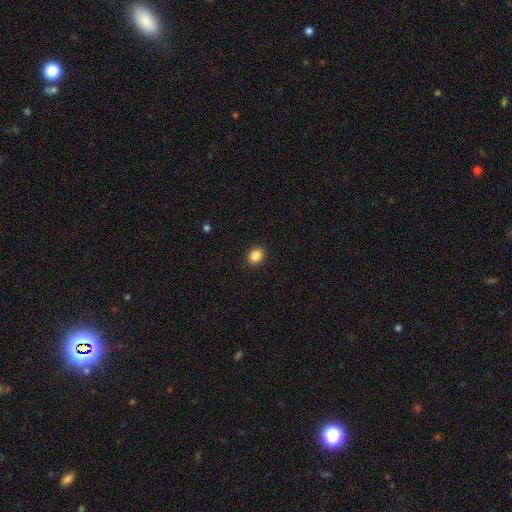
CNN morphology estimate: A smooth galaxy with no disk features (86%) that is round (59%). Merging: none (91%).